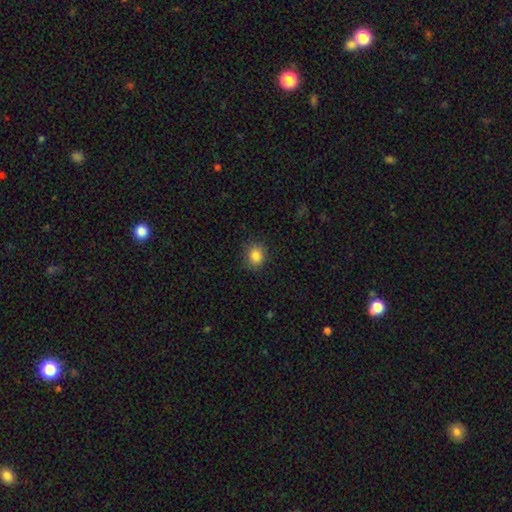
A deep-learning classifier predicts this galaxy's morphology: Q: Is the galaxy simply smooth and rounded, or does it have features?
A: smooth — 85%.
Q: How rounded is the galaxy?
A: round — 68%.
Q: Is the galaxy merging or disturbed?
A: none — 87%.